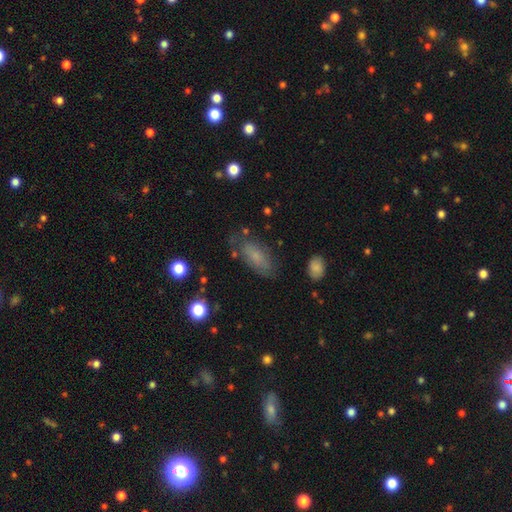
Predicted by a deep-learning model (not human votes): smooth 62%, featured or disk 28%, star or artifact 10%. Down the decision tree: how rounded — in between (83%); merging — none (65%).